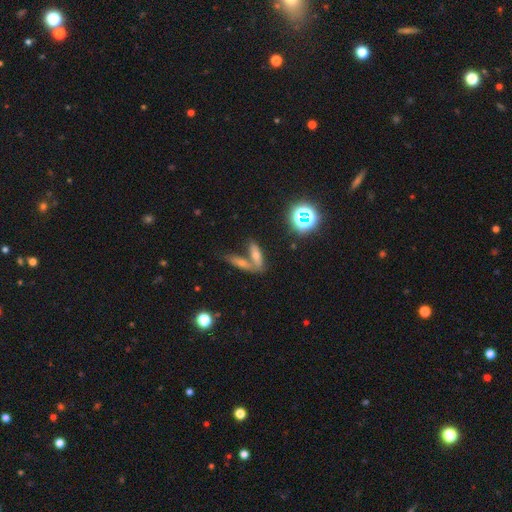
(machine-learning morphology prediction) Smooth or featured?
  - smooth: 56% *
  - featured or disk: 25%
  - star or artifact: 18%
How rounded?
  - in between: 49% *
  - cigar-shaped: 46%
  - round: 6%
Merging?
  - merger: 51% *
  - none: 37%
  - minor disturbance: 8%
  - major disturbance: 4%